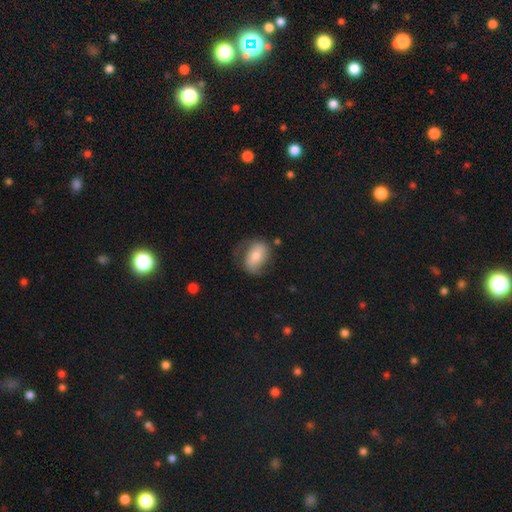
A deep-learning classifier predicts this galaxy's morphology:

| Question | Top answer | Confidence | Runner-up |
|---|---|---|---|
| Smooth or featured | smooth | 48% | featured or disk (45%) |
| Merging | none | 51% | minor disturbance (25%) |